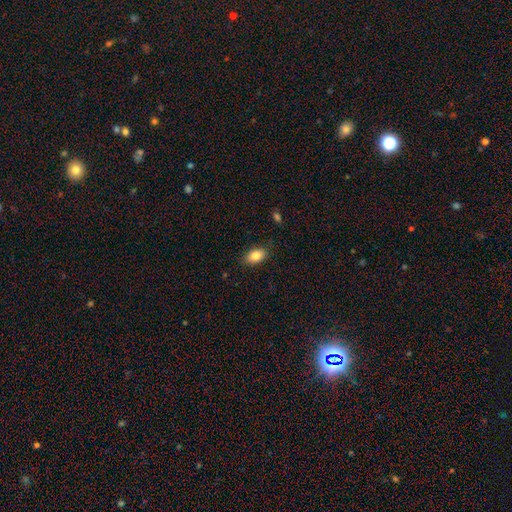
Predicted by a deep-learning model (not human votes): This appears to be a smooth galaxy with no disk features (84%) that is in between round and cigar-shaped (90%). Merging: none (84%).